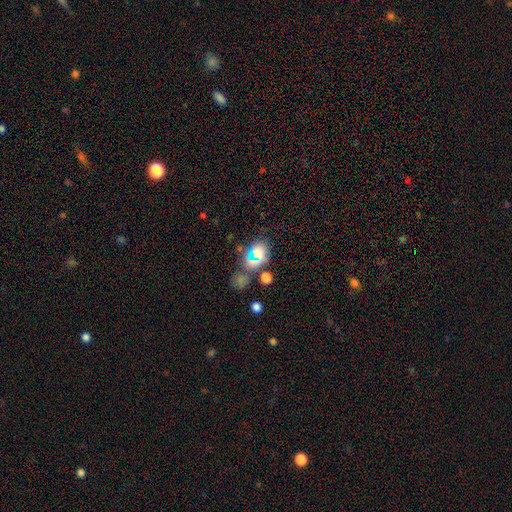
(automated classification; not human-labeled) Smooth or featured?
  - smooth: 54% *
  - star or artifact: 33%
  - featured or disk: 13%
How rounded?
  - round: 59% *
  - in between: 40%
  - cigar-shaped: 2%
Merging?
  - none: 60% *
  - merger: 16%
  - minor disturbance: 15%
  - major disturbance: 9%